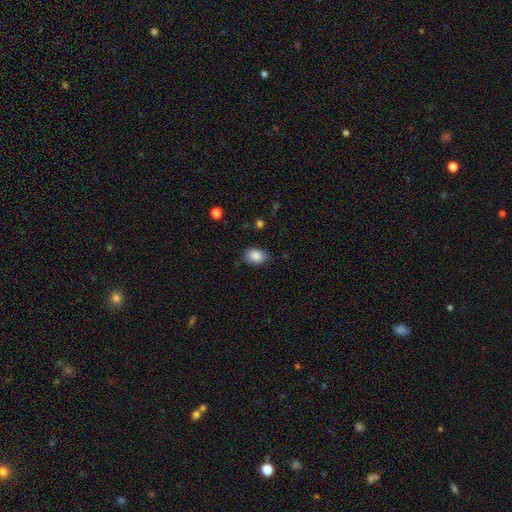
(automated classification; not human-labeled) Smooth or featured?
  - smooth: 87% *
  - star or artifact: 8%
  - featured or disk: 5%
How rounded?
  - in between: 80% *
  - round: 19%
  - cigar-shaped: 1%
Merging?
  - none: 78% *
  - minor disturbance: 17%
  - major disturbance: 3%
  - merger: 2%